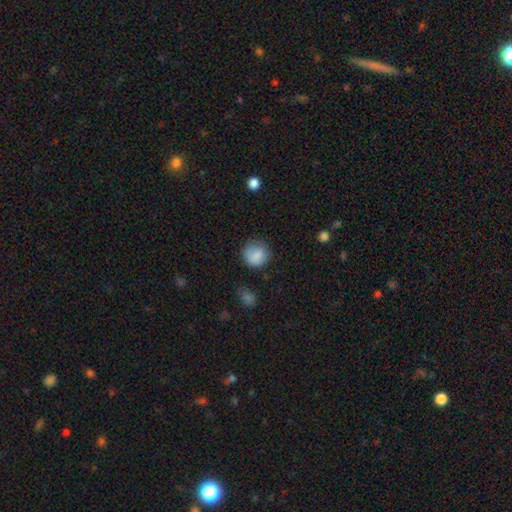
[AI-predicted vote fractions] A smooth galaxy with no disk features (85%) that is round (87%).

Vote fractions:
- Smooth or featured? smooth: 85% / star or artifact: 8% / featured or disk: 7%
- How rounded? round: 87% / in between: 12% / cigar-shaped: 1%
- Merging? none: 72% / minor disturbance: 20% / major disturbance: 7% / merger: 2%